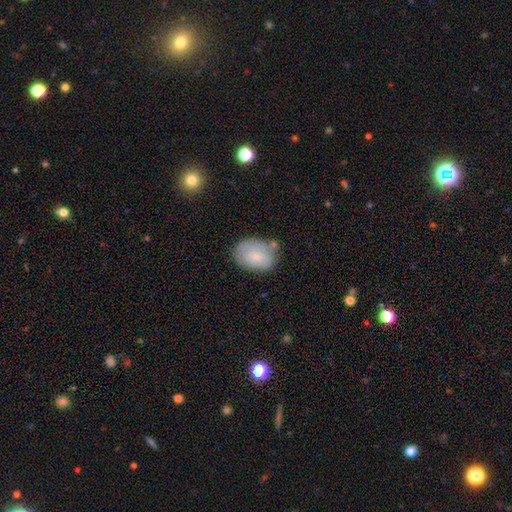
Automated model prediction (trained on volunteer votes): Smooth or featured: smooth — 74% (featured or disk — 19%)
How rounded: in between — 77% (round — 22%)
Merging: none — 63% (minor disturbance — 25%)